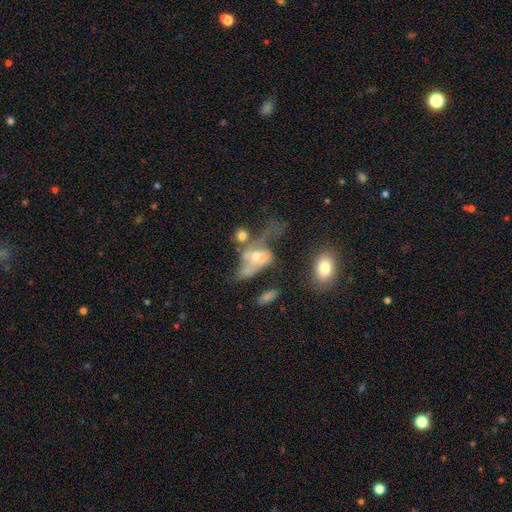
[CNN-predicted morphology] Overall: featured or disk (57%; smooth 32%). Edge-on disk: no (92%). Bar: no (69%). Spiral arms: yes (55%; no 45%). Bulge size: small (46%; moderate 42%). Merging: major disturbance (40%; merger 29%).